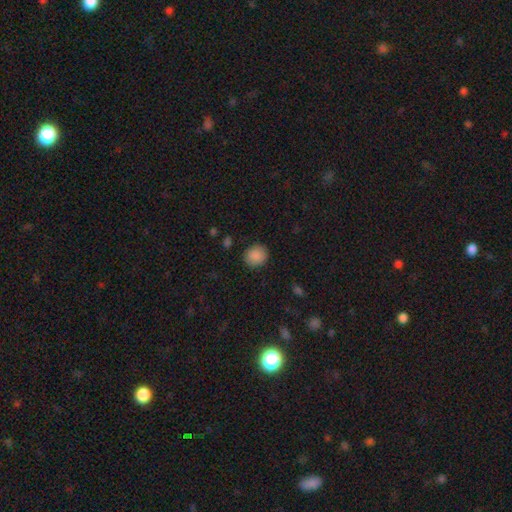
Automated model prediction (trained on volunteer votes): Q: Smooth or featured?
A: smooth (88%); runner-up: star or artifact (8%)
Q: How rounded?
A: round (81%); runner-up: in between (18%)
Q: Merging?
A: none (88%); runner-up: minor disturbance (8%)